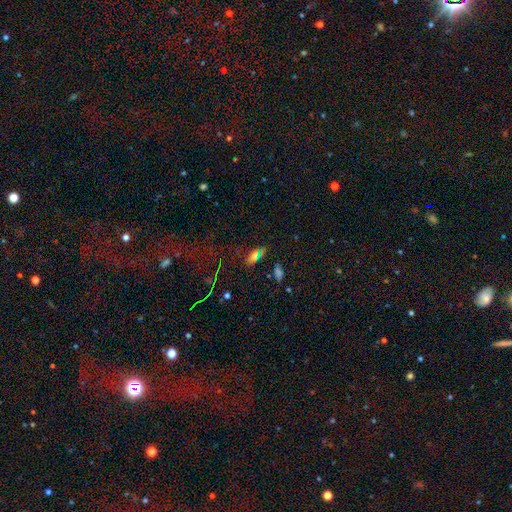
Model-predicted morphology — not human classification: The model was most divided on "smooth or featured": smooth: 58%, star or artifact: 28%, featured or disk: 14%. More confident: how rounded — in between (79%); merging — none (68%).